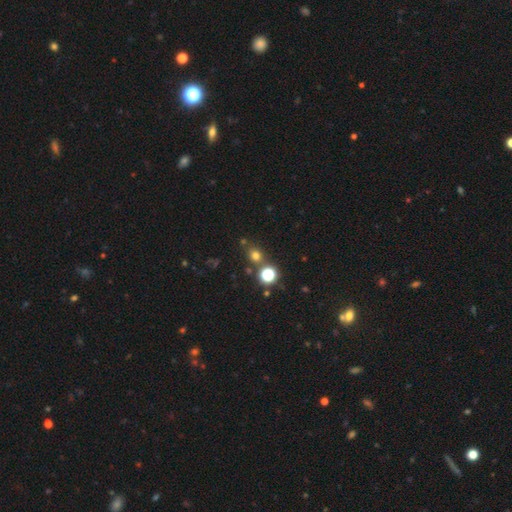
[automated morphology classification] A smooth galaxy with no disk features (66%) that is round (80%).

Vote fractions:
- Smooth or featured? smooth: 66% / star or artifact: 26% / featured or disk: 7%
- How rounded? round: 80% / in between: 19% / cigar-shaped: 1%
- Merging? none: 75% / merger: 12% / minor disturbance: 9% / major disturbance: 4%